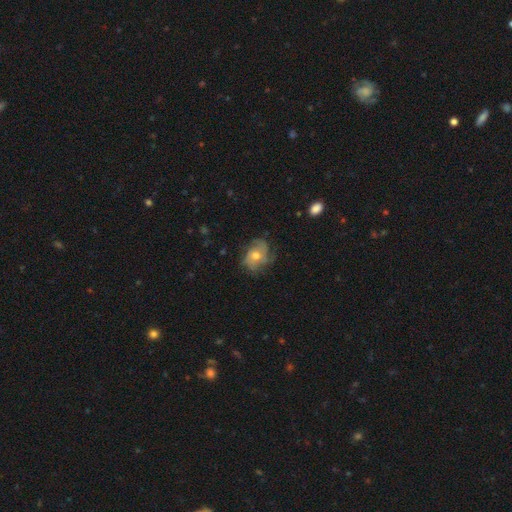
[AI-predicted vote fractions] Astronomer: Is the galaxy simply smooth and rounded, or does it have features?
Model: featured or disk — 66%.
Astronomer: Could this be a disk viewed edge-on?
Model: no — 97%.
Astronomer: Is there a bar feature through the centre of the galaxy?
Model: no — 81%.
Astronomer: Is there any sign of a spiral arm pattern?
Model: yes — 84%.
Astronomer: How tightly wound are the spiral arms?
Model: medium — 42% (runner-up: tight, 35%).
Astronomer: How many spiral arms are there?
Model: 3 — 30%, tied with can't tell at 30%.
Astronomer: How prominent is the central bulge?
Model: moderate — 66%.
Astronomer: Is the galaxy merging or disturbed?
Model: none — 64%.